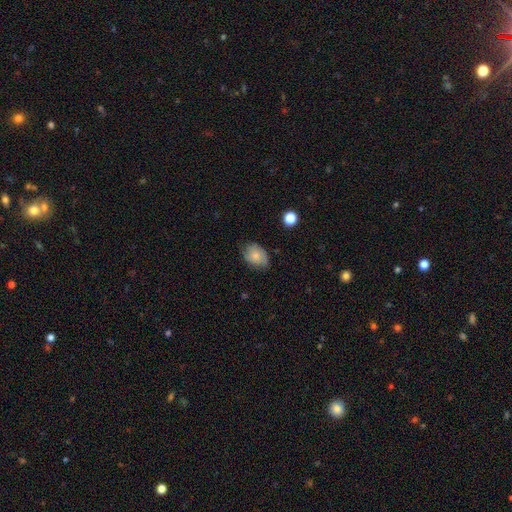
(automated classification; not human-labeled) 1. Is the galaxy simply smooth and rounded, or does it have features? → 74% smooth, 18% featured or disk, 8% star or artifact.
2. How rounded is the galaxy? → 71% in between, 28% round, 1% cigar-shaped.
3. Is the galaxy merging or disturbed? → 70% none, 24% minor disturbance, 5% major disturbance, 1% merger.